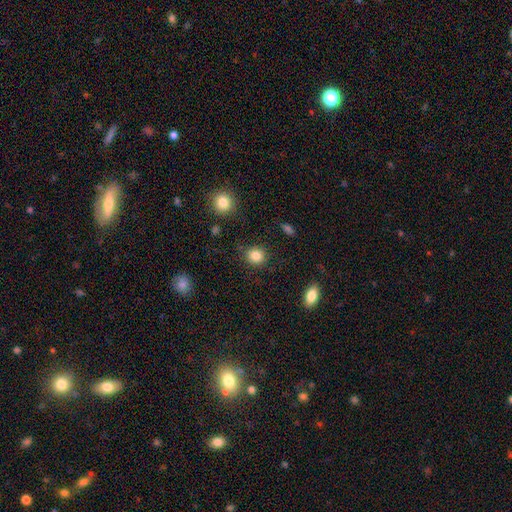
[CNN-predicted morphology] smooth_or_featured: smooth (p=0.85) [alt: star or artifact p=0.10]
how_rounded: round (p=0.81) [alt: in between p=0.18]
merging: none (p=0.86) [alt: minor disturbance p=0.09]